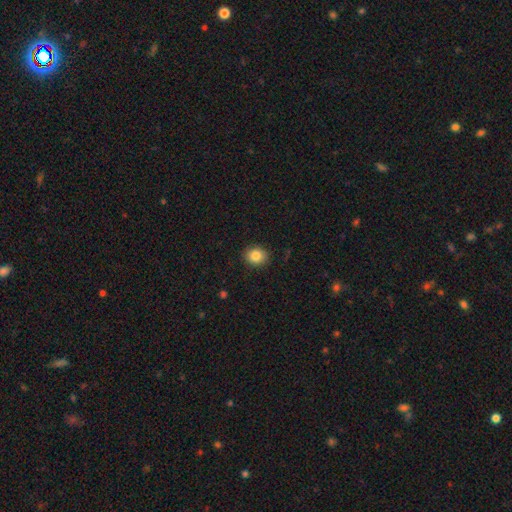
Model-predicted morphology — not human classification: Smooth or featured? smooth (85%)
How rounded? round (74%)
Merging? none (89%)